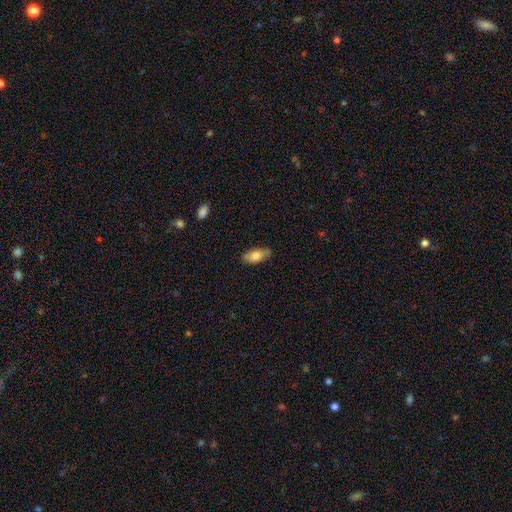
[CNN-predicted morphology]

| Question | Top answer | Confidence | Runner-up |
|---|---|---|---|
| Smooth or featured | smooth | 73% | featured or disk (20%) |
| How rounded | in between | 83% | cigar-shaped (14%) |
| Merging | none | 81% | minor disturbance (15%) |